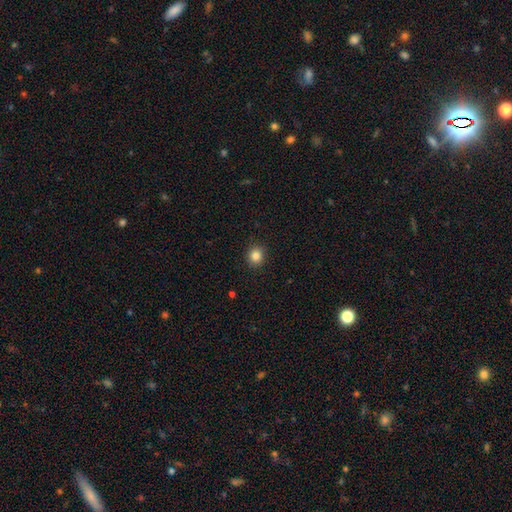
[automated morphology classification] Overall: smooth (84%). How rounded: round (83%). Merging: none (91%).